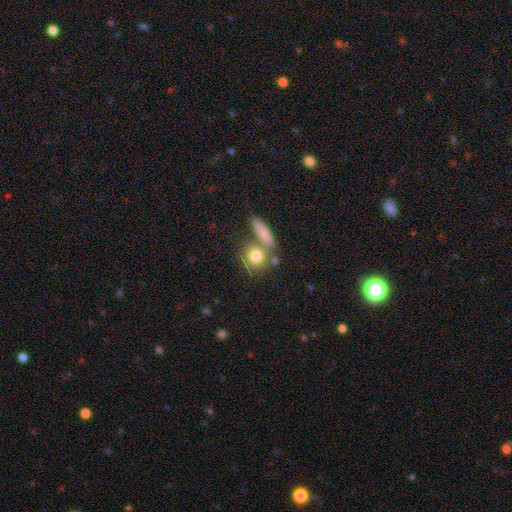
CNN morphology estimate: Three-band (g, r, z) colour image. It shows a smooth galaxy with no disk features (78%) that is round (71%). Merging: none (53%).